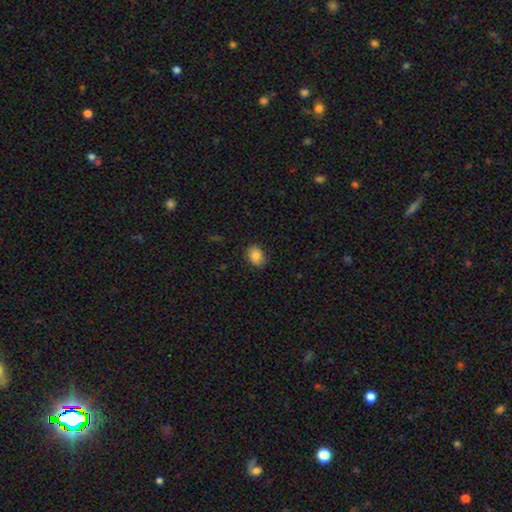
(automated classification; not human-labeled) smooth-or-featured: smooth: 85% | star or artifact: 9% | featured or disk: 6%
  how-rounded: in between: 65% | round: 34% | cigar-shaped: 1%
  merging: none: 85% | minor disturbance: 11% | major disturbance: 2% | merger: 1%